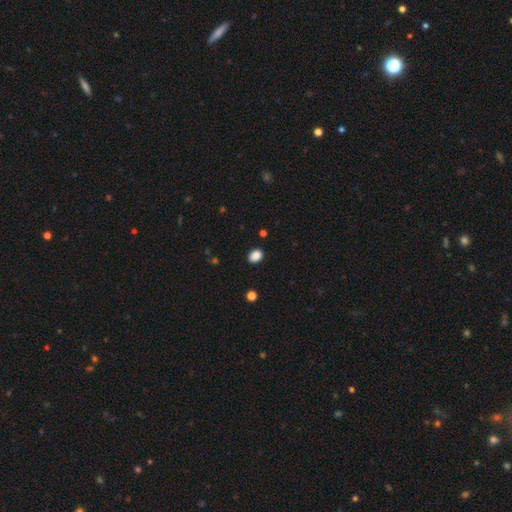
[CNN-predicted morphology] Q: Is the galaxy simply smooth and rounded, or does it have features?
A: smooth — 88%.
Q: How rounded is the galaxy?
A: in between — 67%.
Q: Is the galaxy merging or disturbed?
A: none — 88%.